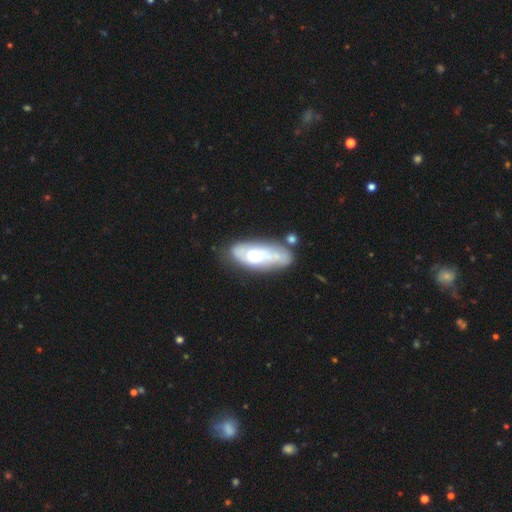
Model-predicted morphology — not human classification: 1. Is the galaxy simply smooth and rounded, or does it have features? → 60% featured or disk, 34% smooth, 6% star or artifact.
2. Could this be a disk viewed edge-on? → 85% no, 15% yes.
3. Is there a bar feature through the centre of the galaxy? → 73% no, 22% weak, 5% strong.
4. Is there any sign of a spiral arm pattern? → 69% yes, 31% no.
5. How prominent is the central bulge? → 55% moderate, 32% small, 9% large, 3% none, 1% dominant.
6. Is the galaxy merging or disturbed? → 58% none, 21% minor disturbance, 13% merger, 8% major disturbance.